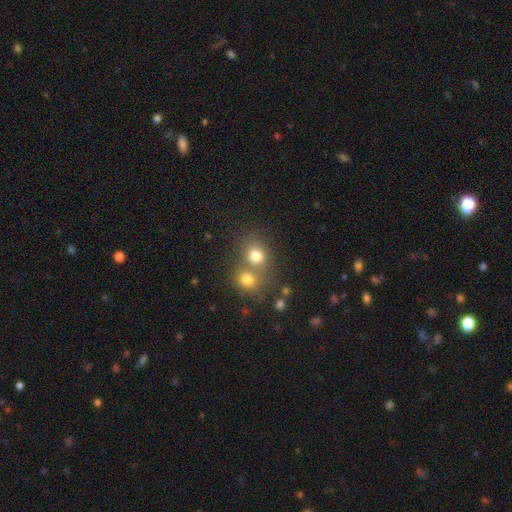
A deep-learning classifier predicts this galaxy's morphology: type=smooth (76%); roundness=round (73%); merging=merger (45%).